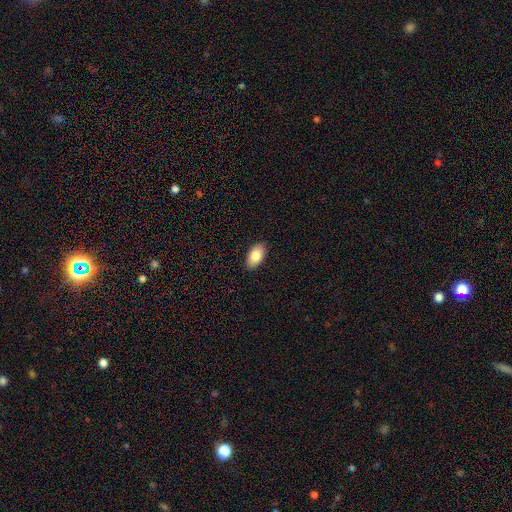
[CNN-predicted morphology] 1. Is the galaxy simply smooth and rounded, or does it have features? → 84% smooth, 10% featured or disk, 7% star or artifact.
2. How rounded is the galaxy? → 95% in between, 4% round, 2% cigar-shaped.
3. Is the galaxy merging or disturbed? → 89% none, 8% minor disturbance, 2% major disturbance, 1% merger.